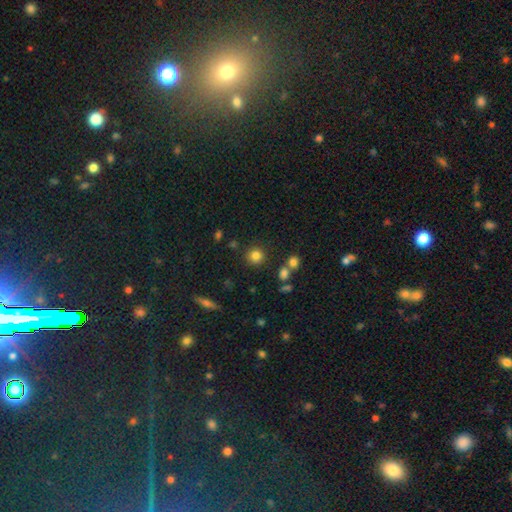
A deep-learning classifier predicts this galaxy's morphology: Smooth or featured? Predicted: smooth (p=0.80). How rounded? Predicted: round (p=0.92). Merging? Predicted: none (p=0.83).